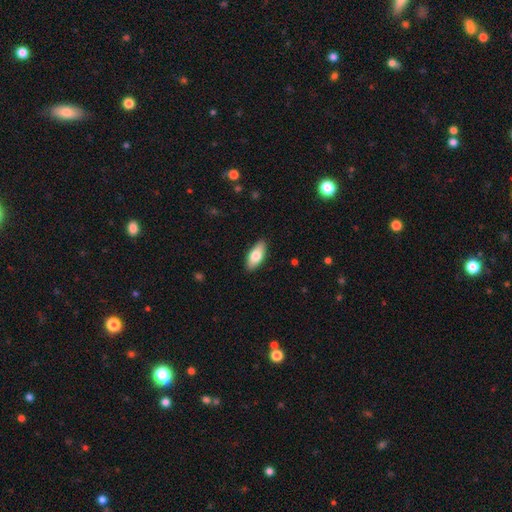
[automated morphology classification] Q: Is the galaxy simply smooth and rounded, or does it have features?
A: smooth — 77%.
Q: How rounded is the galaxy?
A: in between — 84%.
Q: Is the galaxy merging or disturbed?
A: none — 89%.